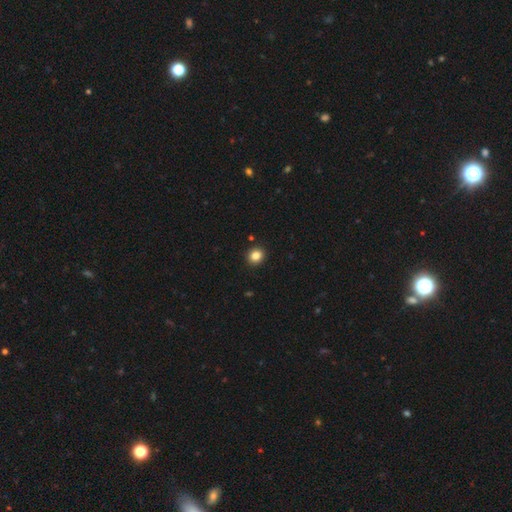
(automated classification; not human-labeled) smooth-or-featured: smooth: 84% | star or artifact: 11% | featured or disk: 5%
  how-rounded: round: 82% | in between: 17% | cigar-shaped: 1%
  merging: none: 92% | minor disturbance: 5% | major disturbance: 1% | merger: 1%